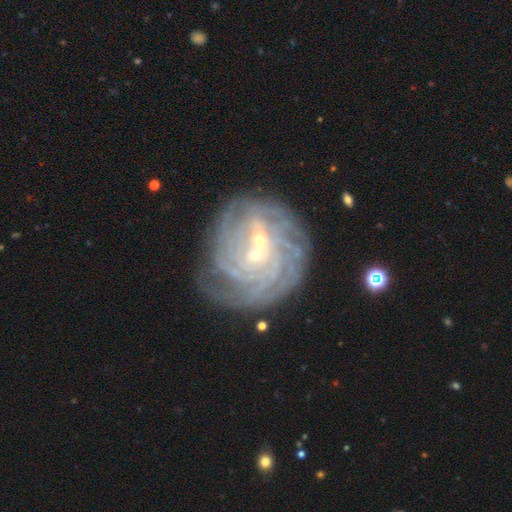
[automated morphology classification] Smooth or featured? featured or disk (85%)
Edge-on disk? no (97%)
Bar? no (56%)
Spiral arms? yes (95%)
Spiral winding? tight (76%)
Spiral arm count? more than 4 (28%)
Bulge size? small (81%)
Merging? none (53%)